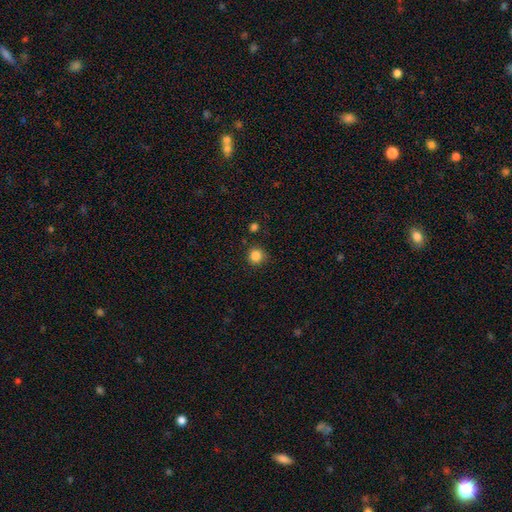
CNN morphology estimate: Smooth or featured? smooth (85%)
How rounded? round (94%)
Merging? none (86%)